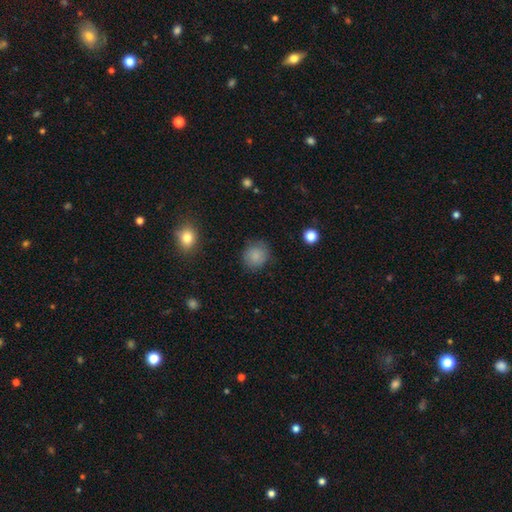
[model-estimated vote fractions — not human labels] A smooth galaxy with no disk features (85%) that is round (80%).

Vote fractions:
- Smooth or featured? smooth: 85% / star or artifact: 9% / featured or disk: 7%
- How rounded? round: 80% / in between: 19% / cigar-shaped: 1%
- Merging? none: 81% / minor disturbance: 13% / major disturbance: 4% / merger: 1%